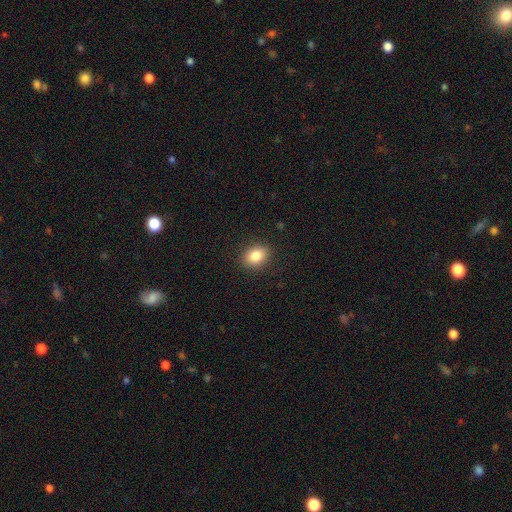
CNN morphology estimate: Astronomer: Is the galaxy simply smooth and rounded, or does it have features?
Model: smooth — 85%.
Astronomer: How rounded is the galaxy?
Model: in between — 61% (runner-up: round, 38%).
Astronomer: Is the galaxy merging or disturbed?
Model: none — 89%.